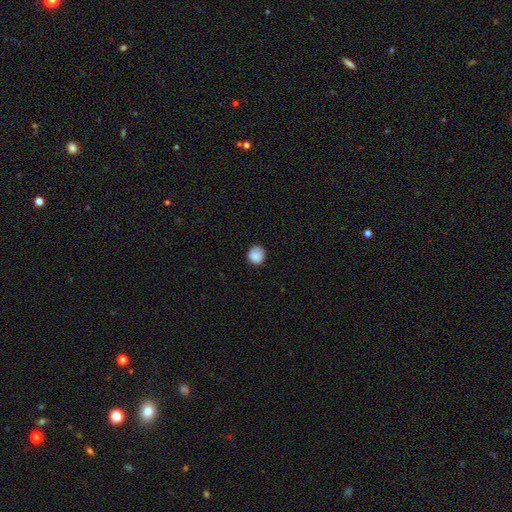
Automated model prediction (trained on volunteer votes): Smooth or featured: smooth — 87% (star or artifact — 8%)
How rounded: round — 90% (in between — 9%)
Merging: none — 87% (minor disturbance — 10%)